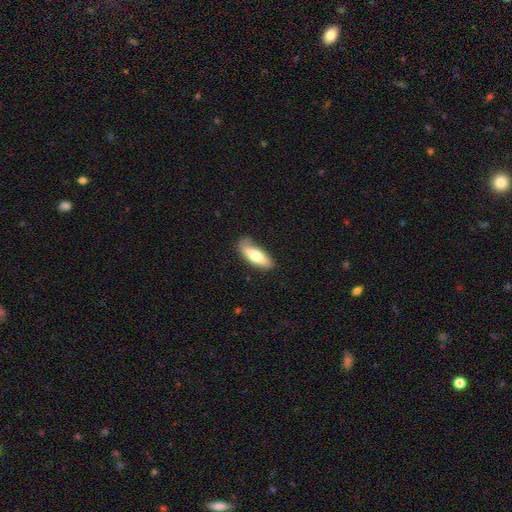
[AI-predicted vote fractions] Q: Smooth or featured?
A: smooth (69%); runner-up: featured or disk (25%)
Q: How rounded?
A: in between (65%); runner-up: cigar-shaped (33%)
Q: Merging?
A: none (70%); runner-up: minor disturbance (23%)